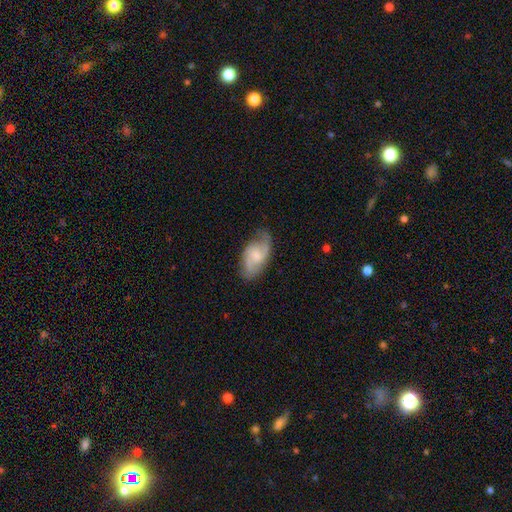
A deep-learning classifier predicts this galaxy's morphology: Smooth or featured? Predicted: featured or disk (p=0.74). Edge-on disk? Predicted: no (p=0.96). Bar? Predicted: no (p=0.49). Spiral arms? Predicted: yes (p=0.94). Spiral winding? Predicted: medium (p=0.50). Spiral arm count? Predicted: 2 (p=0.79). Bulge size? Predicted: small (p=0.51). Merging? Predicted: none (p=0.71).